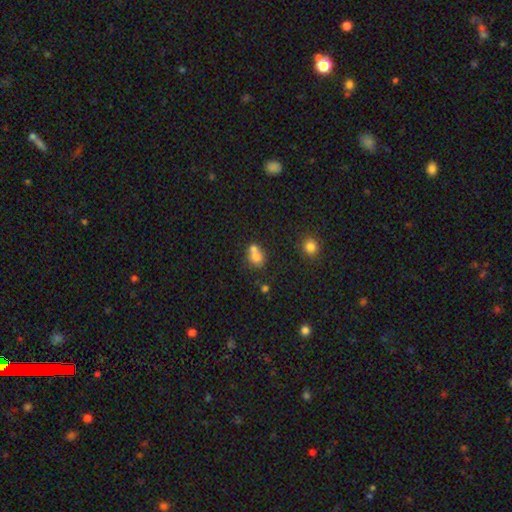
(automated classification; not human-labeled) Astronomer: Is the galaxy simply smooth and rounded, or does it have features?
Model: smooth — 73%.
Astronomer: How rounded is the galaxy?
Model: round — 64%.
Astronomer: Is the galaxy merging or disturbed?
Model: merger — 56% (runner-up: none, 32%).